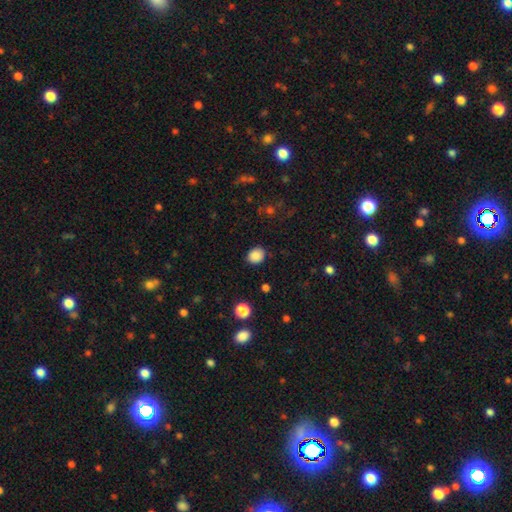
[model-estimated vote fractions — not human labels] smooth-or-featured: smooth: 87% | star or artifact: 10% | featured or disk: 3%
  how-rounded: round: 69% | in between: 30% | cigar-shaped: 1%
  merging: none: 86% | minor disturbance: 10% | major disturbance: 3% | merger: 1%